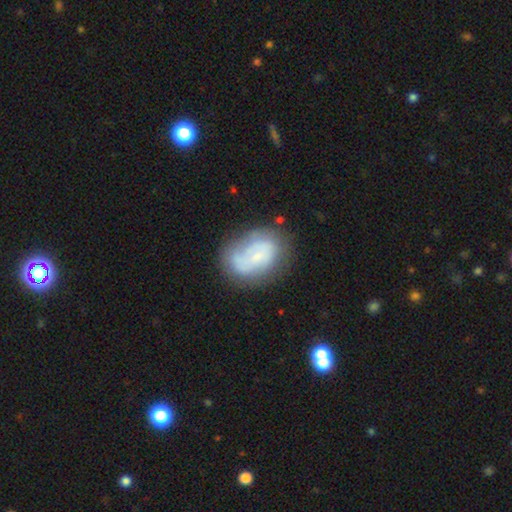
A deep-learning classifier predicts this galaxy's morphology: type=featured or disk (51%); edge-on=no (97%); merging=none (58%).